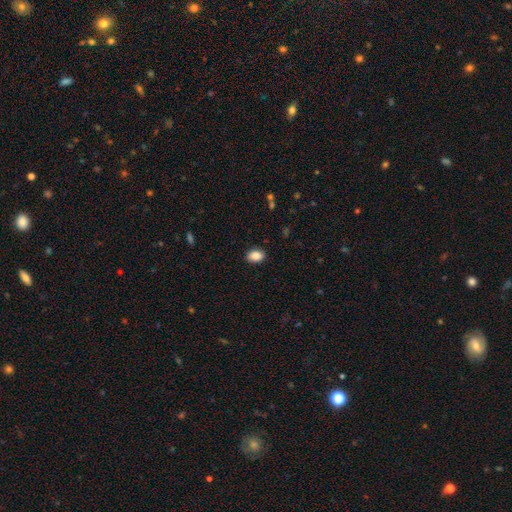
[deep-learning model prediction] Morphology: type=smooth (88%); roundness=in between (83%); merging=none (87%).